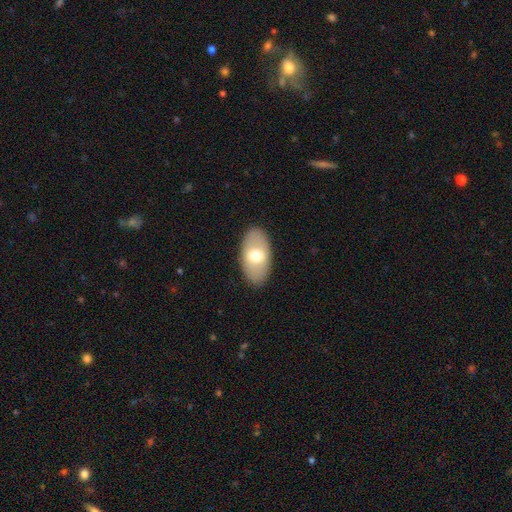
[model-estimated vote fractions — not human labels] Smooth or featured? smooth (63%)
How rounded? in between (93%)
Merging? none (87%)